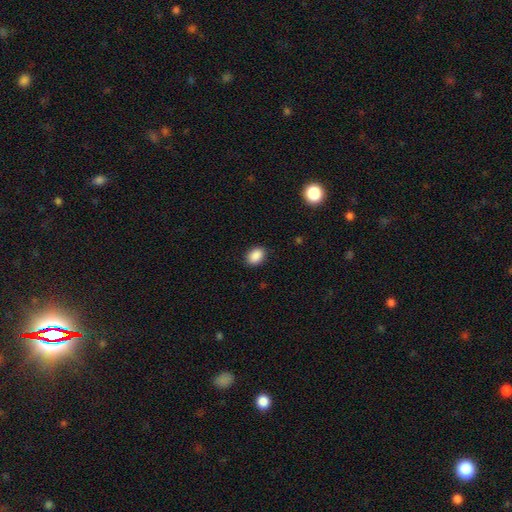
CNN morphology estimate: Overall: smooth (89%). How rounded: in between (74%). Merging: none (88%).